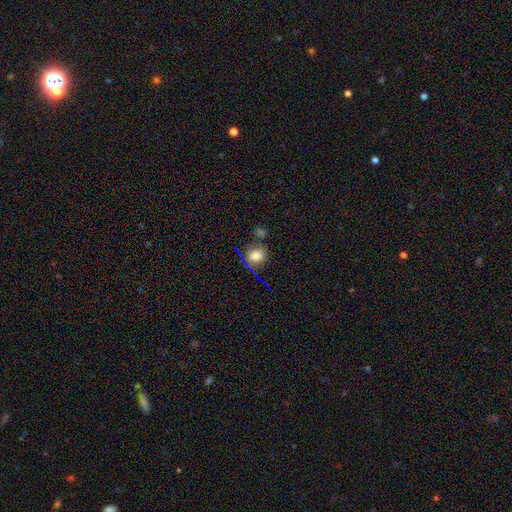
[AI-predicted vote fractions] A smooth galaxy with no disk features (74%) that is round (64%).

Vote fractions:
- Smooth or featured? smooth: 74% / star or artifact: 17% / featured or disk: 10%
- How rounded? round: 64% / in between: 35% / cigar-shaped: 2%
- Merging? none: 63% / minor disturbance: 15% / merger: 14% / major disturbance: 7%